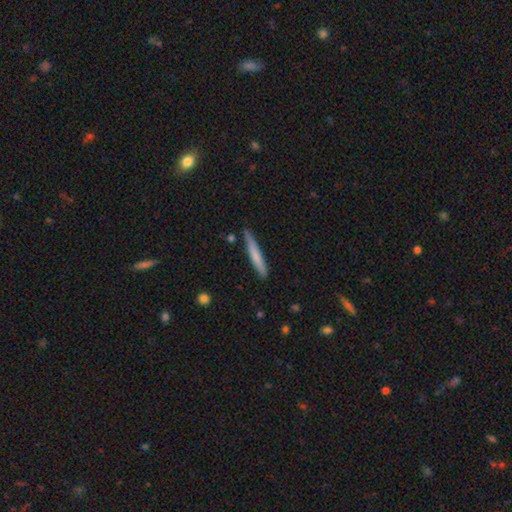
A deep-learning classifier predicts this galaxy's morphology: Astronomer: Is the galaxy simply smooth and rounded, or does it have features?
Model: smooth — 67%.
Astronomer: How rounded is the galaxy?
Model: cigar-shaped — 96%.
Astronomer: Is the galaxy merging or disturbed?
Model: none — 84%.